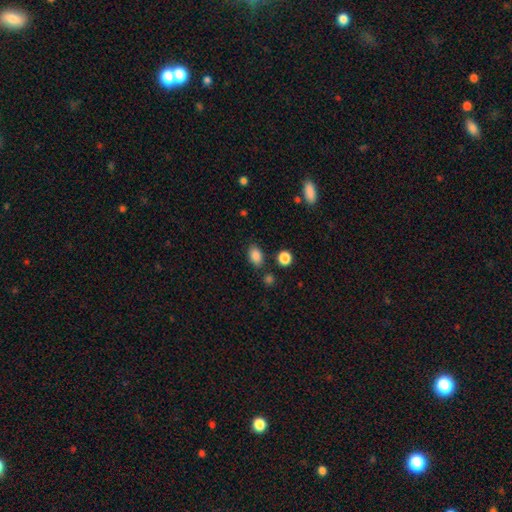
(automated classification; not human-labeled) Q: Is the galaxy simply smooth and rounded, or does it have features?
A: smooth — 86%.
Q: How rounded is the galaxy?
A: in between — 82%.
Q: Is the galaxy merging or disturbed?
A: none — 80%.